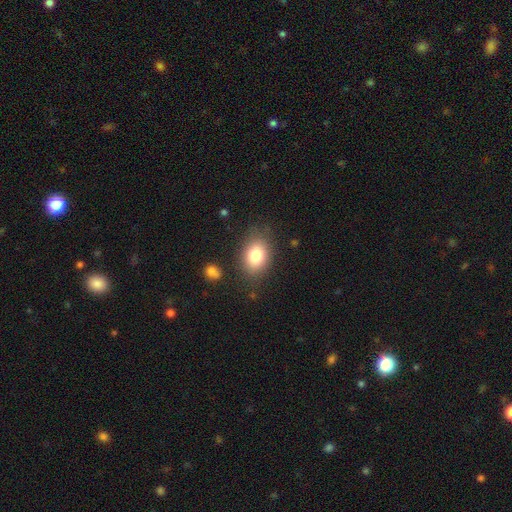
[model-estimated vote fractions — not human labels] Smooth or featured? smooth (80%)
How rounded? in between (74%)
Merging? none (80%)